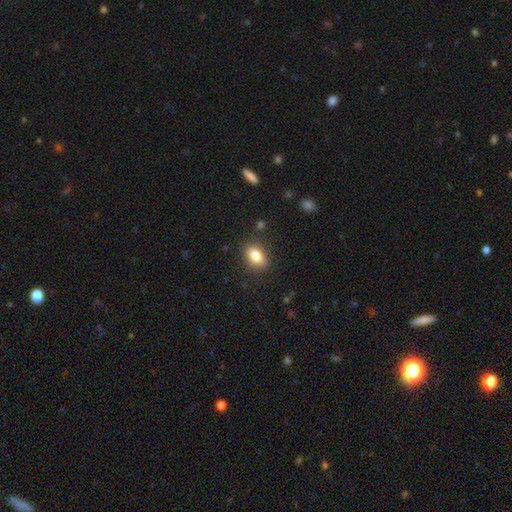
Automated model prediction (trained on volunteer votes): Morphology: type=smooth (83%); roundness=in between (84%); merging=none (85%).